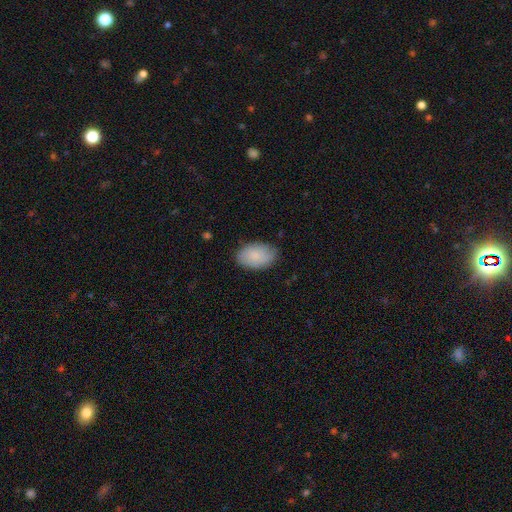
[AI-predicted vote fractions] A smooth galaxy with no disk features (84%) that is in between round and cigar-shaped (90%). Merging: none (81%).